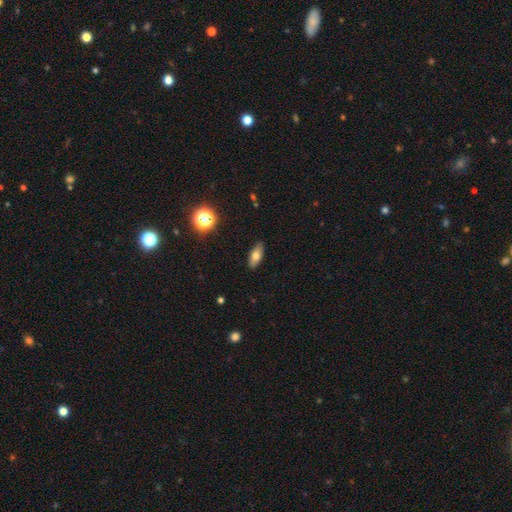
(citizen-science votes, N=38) A smooth galaxy with no disk features (66%) that is in between round and cigar-shaped (80%).

Vote fractions:
- Smooth or featured? smooth: 66% / featured or disk: 26% / star or artifact: 8%
- How rounded? in between: 80% / cigar-shaped: 20% / round: 0%
- Merging? none: 94% / minor disturbance: 3% / merger: 3% / major disturbance: 0%